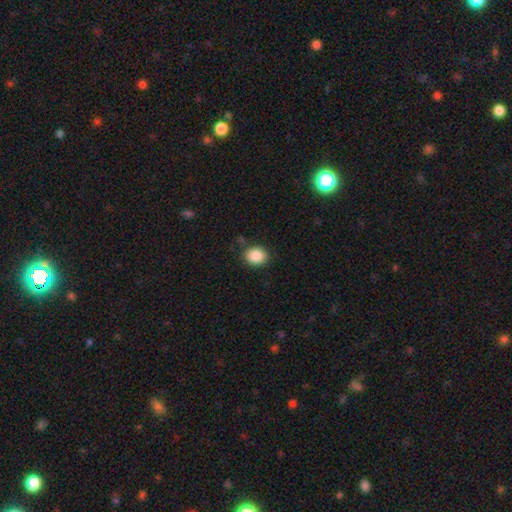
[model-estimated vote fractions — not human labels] A smooth galaxy with no disk features (88%) that is round (61%). Merging: none (86%).